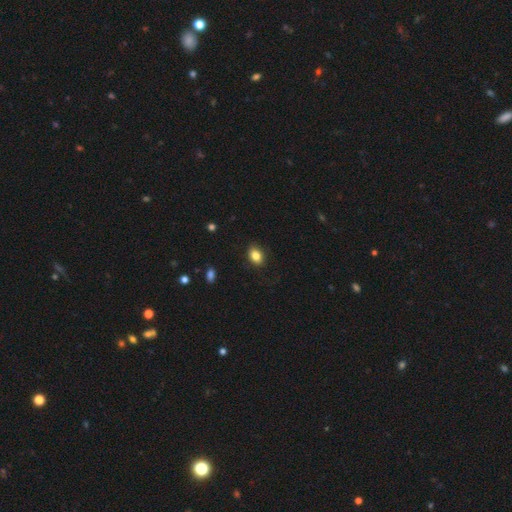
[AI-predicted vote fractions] Overall: smooth (84%). How rounded: in between (72%). Merging: none (88%).